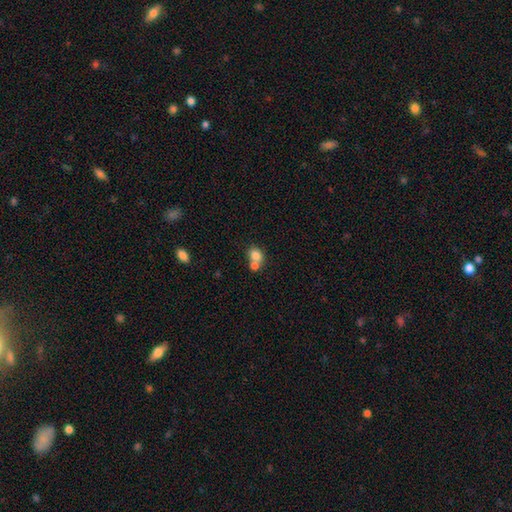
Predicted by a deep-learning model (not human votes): A smooth galaxy with no disk features (80%) that is round (58%).

Vote fractions:
- Smooth or featured? smooth: 80% / featured or disk: 11% / star or artifact: 10%
- How rounded? round: 58% / in between: 41% / cigar-shaped: 1%
- Merging? merger: 53% / none: 37% / minor disturbance: 7% / major disturbance: 3%